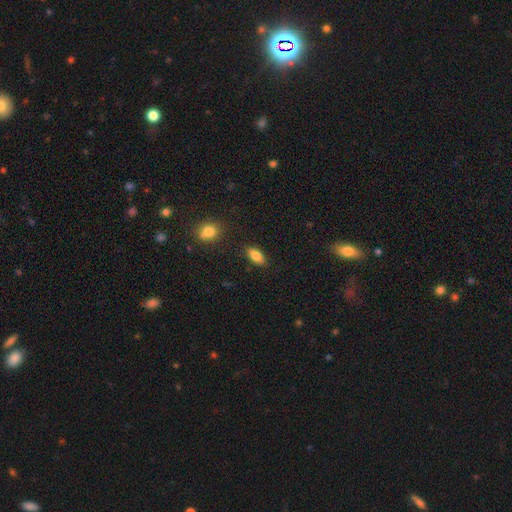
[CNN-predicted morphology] Smooth or featured?
  - smooth: 84% *
  - featured or disk: 8%
  - star or artifact: 8%
How rounded?
  - in between: 86% *
  - cigar-shaped: 11%
  - round: 3%
Merging?
  - none: 85% *
  - minor disturbance: 10%
  - major disturbance: 2%
  - merger: 2%